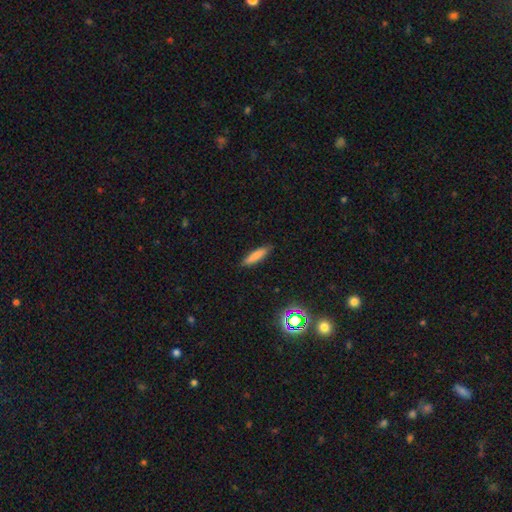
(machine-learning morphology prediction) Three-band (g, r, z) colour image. It shows a smooth galaxy with no disk features (80%) that is cigar-shaped (76%). Merging: none (87%).